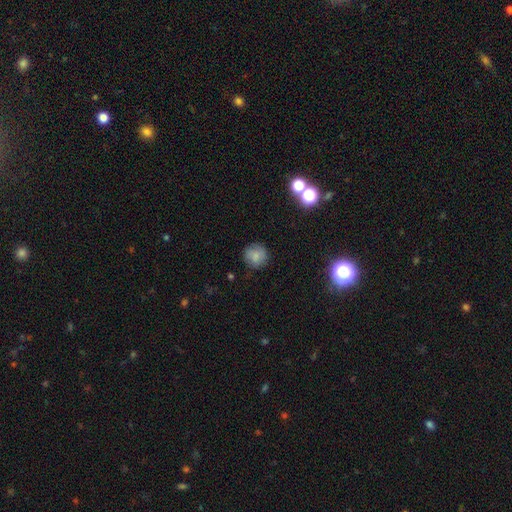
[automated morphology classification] type=smooth (78%); roundness=round (92%); merging=none (81%).